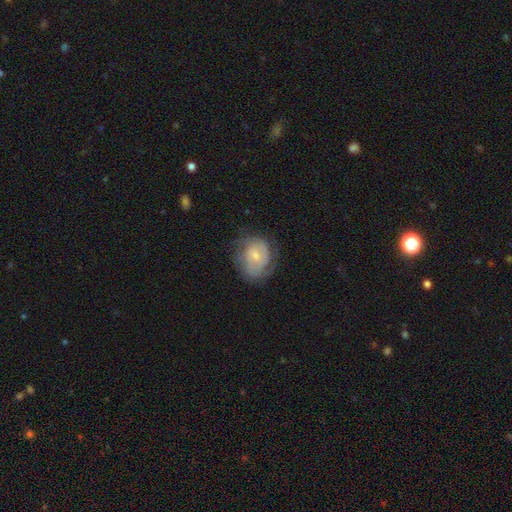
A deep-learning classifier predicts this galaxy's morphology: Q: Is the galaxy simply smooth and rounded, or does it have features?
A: featured or disk — 60%.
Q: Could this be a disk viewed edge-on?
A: no — 97%.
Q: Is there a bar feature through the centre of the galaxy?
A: no — 58%.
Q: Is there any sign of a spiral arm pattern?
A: yes — 80%.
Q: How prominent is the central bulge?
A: small — 62%.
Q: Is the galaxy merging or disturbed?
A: none — 61%.